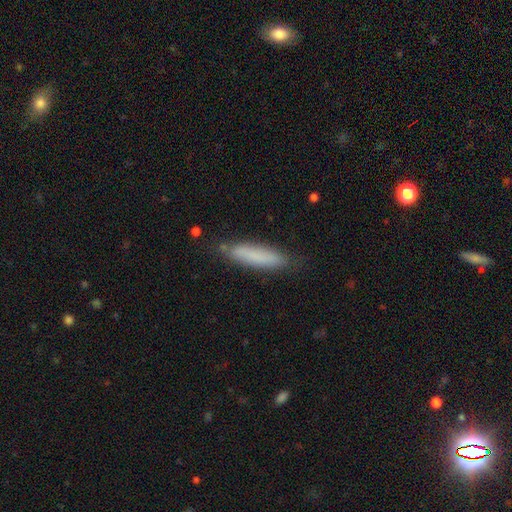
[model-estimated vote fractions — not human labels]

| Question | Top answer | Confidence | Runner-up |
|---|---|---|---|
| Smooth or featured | smooth | 78% | featured or disk (15%) |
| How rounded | cigar-shaped | 79% | in between (20%) |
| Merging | none | 80% | minor disturbance (15%) |